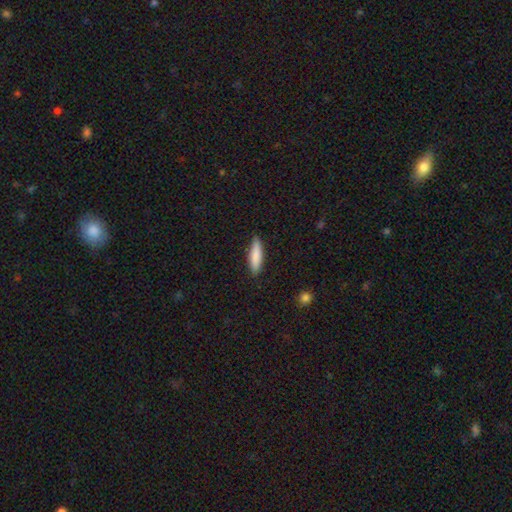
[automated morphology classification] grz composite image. It shows a smooth galaxy with no disk features (83%) that is cigar-shaped (70%). Merging: none (86%).